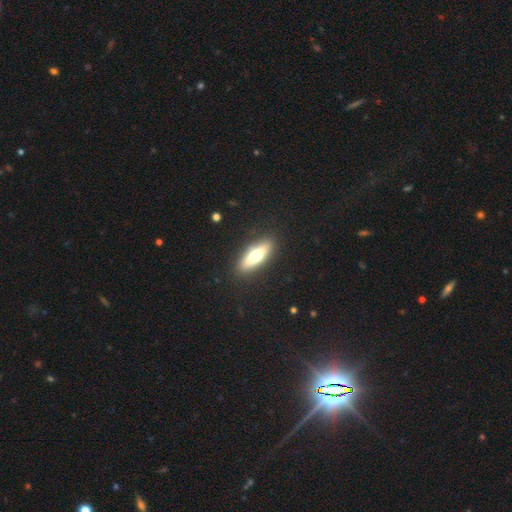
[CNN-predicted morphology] Q: Smooth or featured?
A: smooth (57%); runner-up: featured or disk (37%)
Q: How rounded?
A: cigar-shaped (52%); runner-up: in between (45%)
Q: Merging?
A: none (87%); runner-up: minor disturbance (9%)